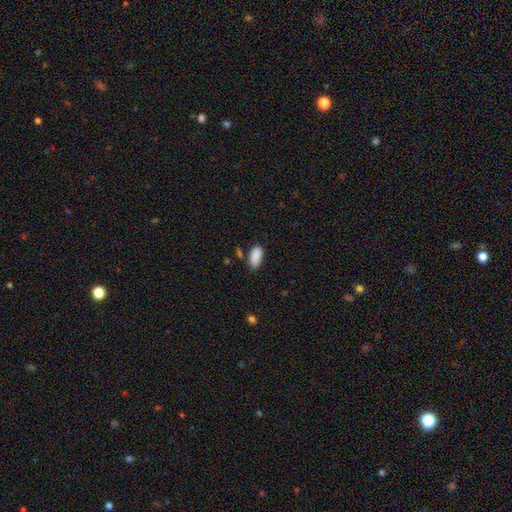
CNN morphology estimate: type=smooth (89%); roundness=in between (92%); merging=none (72%).